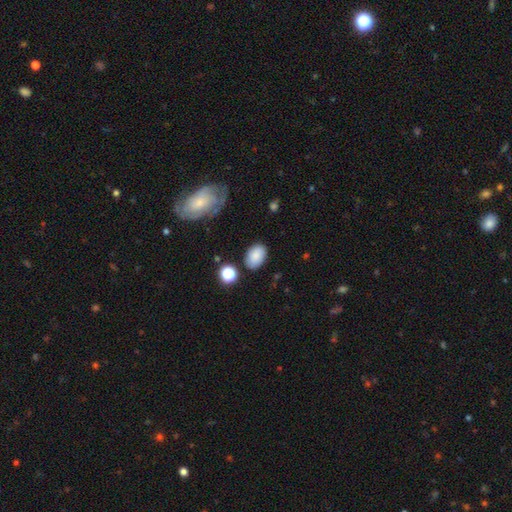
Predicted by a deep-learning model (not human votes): This is clearly a smooth galaxy (81%). How rounded: clearly in between (84%). Merging: likely none (78%).